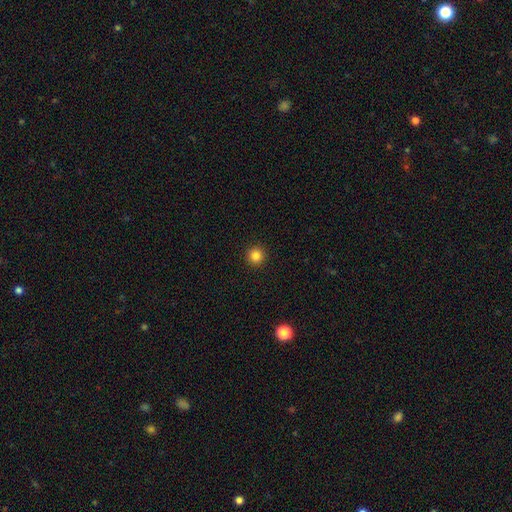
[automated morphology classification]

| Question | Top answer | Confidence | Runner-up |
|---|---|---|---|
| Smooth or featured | smooth | 84% | star or artifact (12%) |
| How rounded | round | 96% | in between (3%) |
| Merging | none | 93% | minor disturbance (4%) |